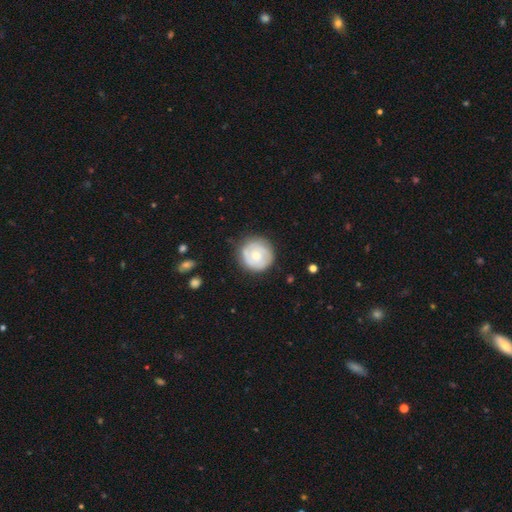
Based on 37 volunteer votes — Q: Smooth or featured?
A: featured or disk (70%); runner-up: smooth (27%)
Q: Edge-on disk?
A: no (100%)
Q: Bar?
A: no (69%); runner-up: weak (27%)
Q: Spiral arms?
A: yes (69%); runner-up: no (31%)
Q: Spiral winding?
A: tight (61%); runner-up: medium (33%)
Q: Spiral arm count?
A: 2 (50%); runner-up: can't tell (33%)
Q: Bulge size?
A: small (58%); runner-up: moderate (38%)
Q: Merging?
A: none (86%); runner-up: minor disturbance (8%)